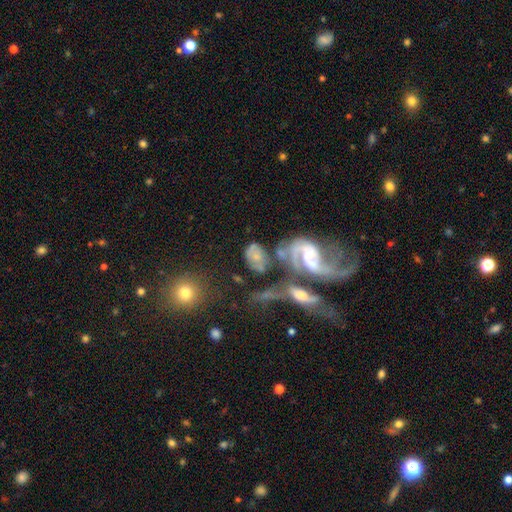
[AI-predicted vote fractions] A featured or disk galaxy (57%) with no bar (62%), spiral arms (76%) and a moderate central bulge (46%). Merging: merger (39%).